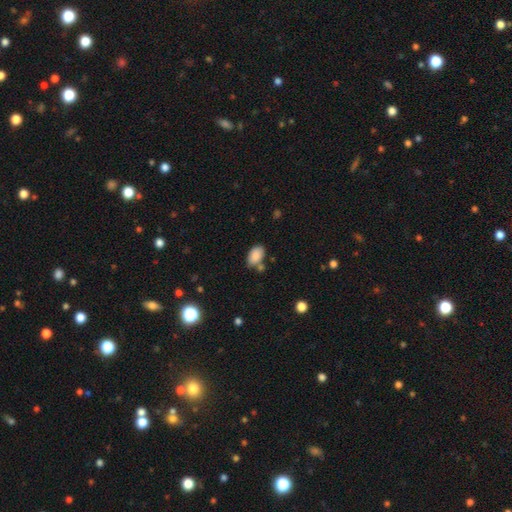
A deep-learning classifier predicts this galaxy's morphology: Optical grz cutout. It shows a smooth galaxy with no disk features (87%) that is in between round and cigar-shaped (92%). Merging: none (63%).